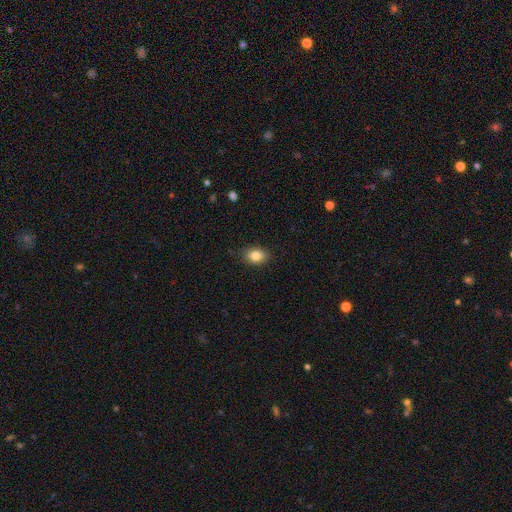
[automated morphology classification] Q: Smooth or featured?
A: smooth (85%); runner-up: star or artifact (9%)
Q: How rounded?
A: in between (75%); runner-up: round (24%)
Q: Merging?
A: none (84%); runner-up: minor disturbance (12%)